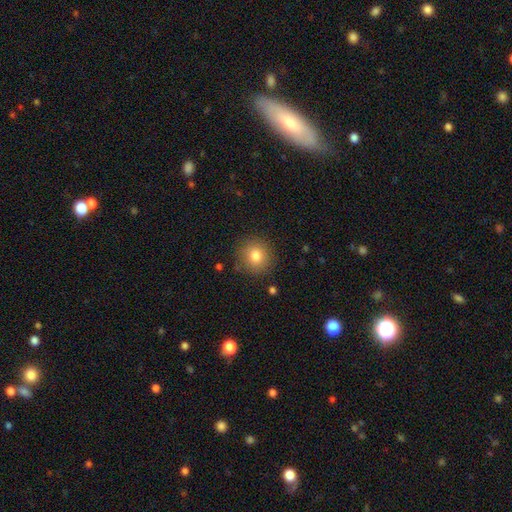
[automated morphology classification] Smooth or featured? smooth (80%)
How rounded? round (91%)
Merging? none (88%)